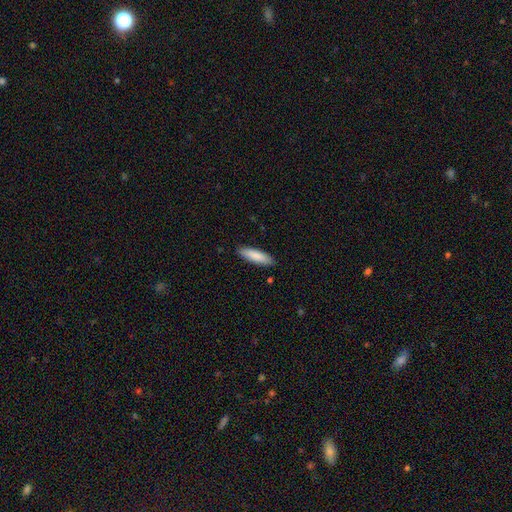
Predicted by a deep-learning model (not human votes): Smooth or featured? Predicted: smooth (p=0.87). How rounded? Predicted: cigar-shaped (p=0.61). Merging? Predicted: none (p=0.89).